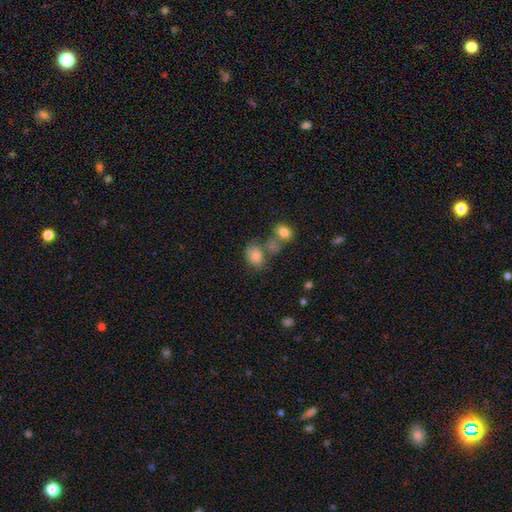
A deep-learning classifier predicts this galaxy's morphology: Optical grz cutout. It shows a smooth galaxy with no disk features (80%) that is in between round and cigar-shaped (64%). Merging: none (46%).